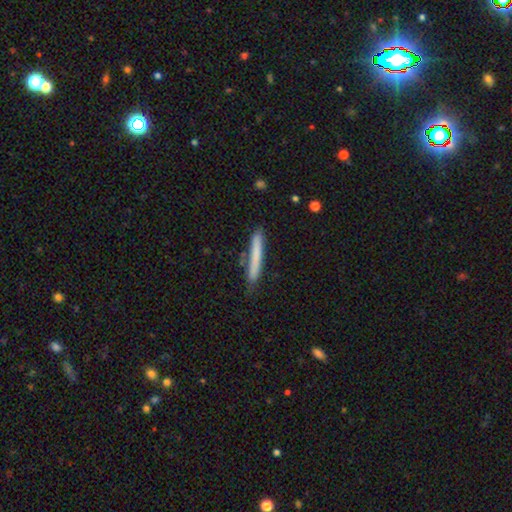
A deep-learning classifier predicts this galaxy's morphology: A smooth galaxy with no disk features (75%) that is cigar-shaped (96%). Merging: none (81%).